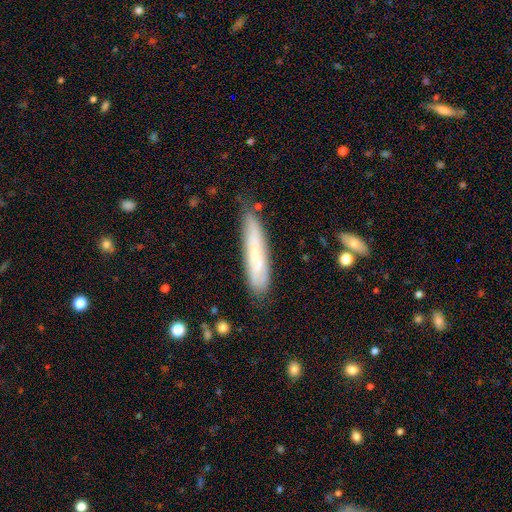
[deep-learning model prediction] Smooth or featured: smooth — 50% (featured or disk — 43%)
How rounded: cigar-shaped — 82% (in between — 16%)
Merging: none — 71% (minor disturbance — 22%)